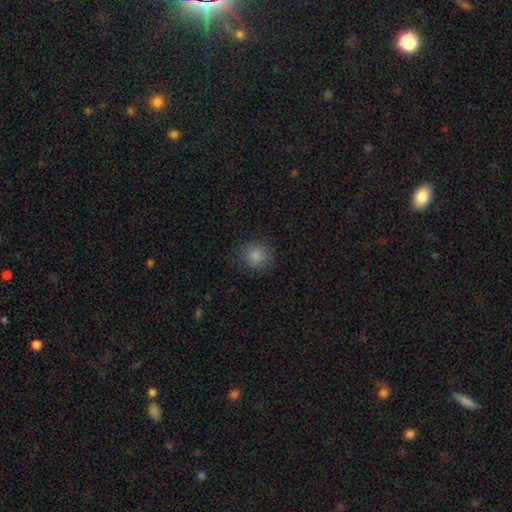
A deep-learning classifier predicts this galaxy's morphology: The model was most divided on "smooth or featured": smooth: 85%, star or artifact: 11%, featured or disk: 4%. More confident: how rounded — round (90%); merging — none (86%).